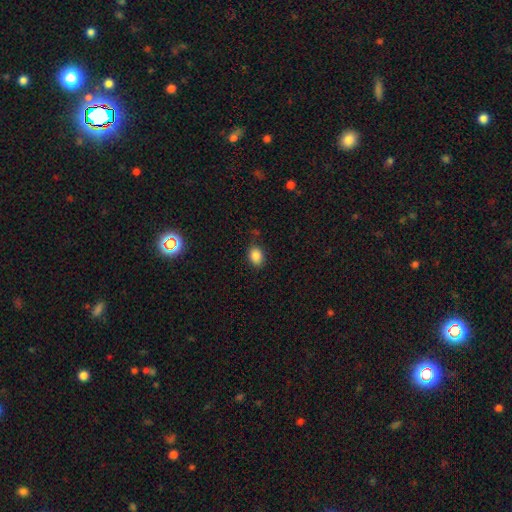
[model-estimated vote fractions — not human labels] smooth-or-featured: smooth: 86% | star or artifact: 10% | featured or disk: 4%
  how-rounded: in between: 68% | round: 31% | cigar-shaped: 1%
  merging: none: 80% | minor disturbance: 14% | major disturbance: 3% | merger: 2%